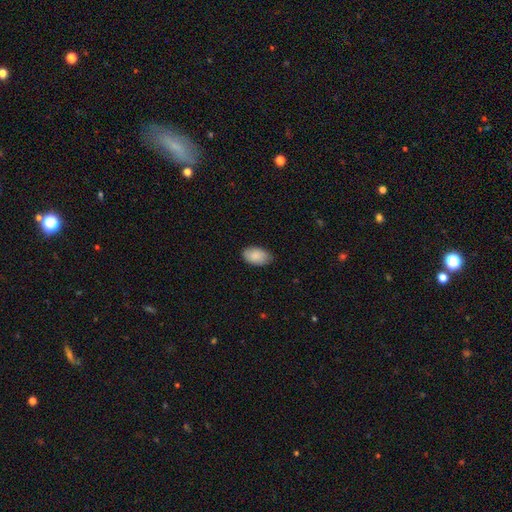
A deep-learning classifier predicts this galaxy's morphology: Smooth or featured? smooth (87%)
How rounded? in between (93%)
Merging? none (79%)